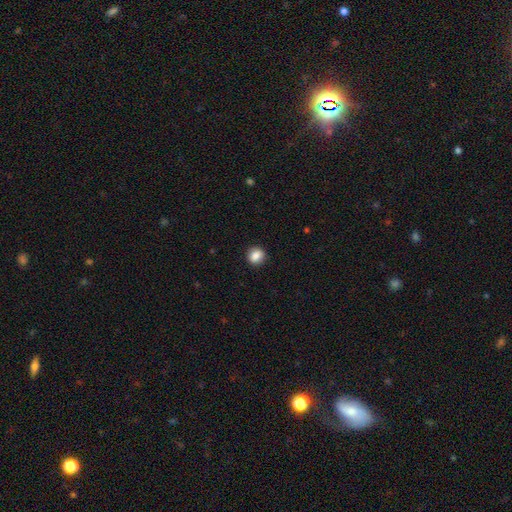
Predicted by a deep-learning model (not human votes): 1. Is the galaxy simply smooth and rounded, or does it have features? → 86% smooth, 9% star or artifact, 5% featured or disk.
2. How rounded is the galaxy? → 81% round, 18% in between, 1% cigar-shaped.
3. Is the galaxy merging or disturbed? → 91% none, 7% minor disturbance, 2% major disturbance, 1% merger.